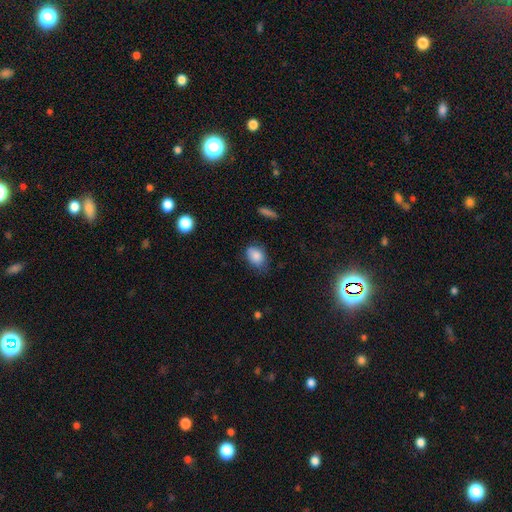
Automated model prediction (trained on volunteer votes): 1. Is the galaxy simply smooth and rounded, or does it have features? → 85% smooth, 8% star or artifact, 6% featured or disk.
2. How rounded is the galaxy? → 75% in between, 23% round, 1% cigar-shaped.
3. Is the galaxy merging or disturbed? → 61% none, 30% minor disturbance, 7% major disturbance, 2% merger.